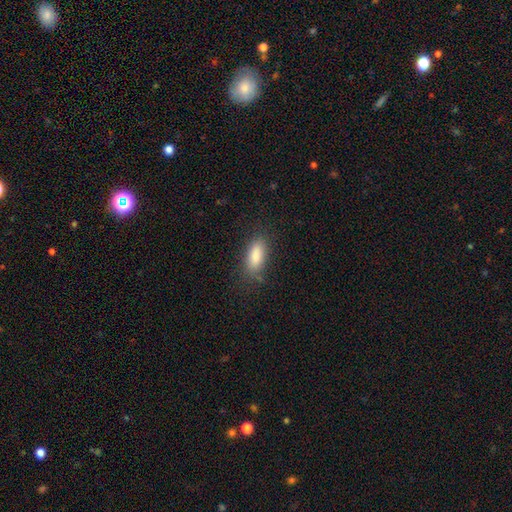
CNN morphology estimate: The model was most divided on "merging": none: 78%, minor disturbance: 16%, major disturbance: 5%, merger: 2%. More confident: smooth or featured — smooth (87%); how rounded — in between (82%).